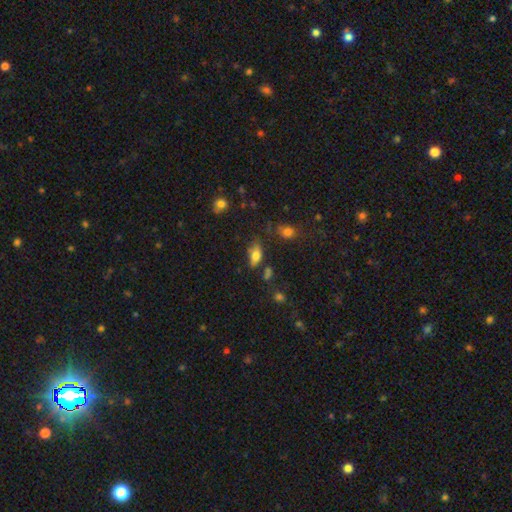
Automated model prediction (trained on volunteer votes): Smooth or featured?
  - smooth: 76% *
  - featured or disk: 13%
  - star or artifact: 10%
How rounded?
  - in between: 86% *
  - cigar-shaped: 10%
  - round: 5%
Merging?
  - none: 60% *
  - minor disturbance: 24%
  - major disturbance: 8%
  - merger: 7%